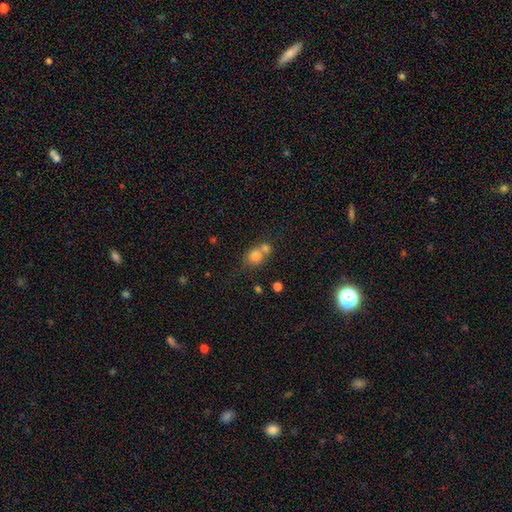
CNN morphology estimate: Smooth or featured?
  - smooth: 77% *
  - featured or disk: 12%
  - star or artifact: 11%
How rounded?
  - round: 71% *
  - in between: 28%
  - cigar-shaped: 1%
Merging?
  - merger: 52% *
  - none: 36%
  - minor disturbance: 8%
  - major disturbance: 4%